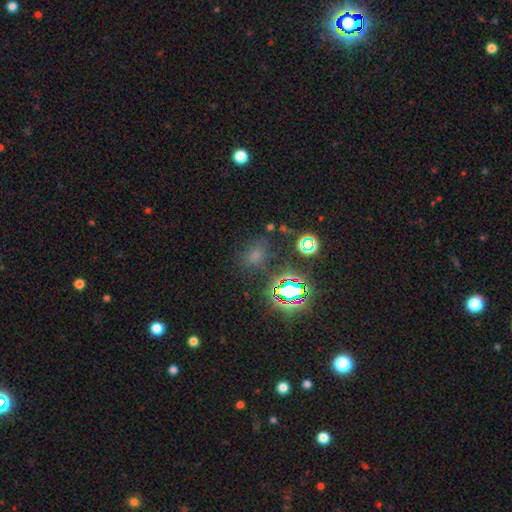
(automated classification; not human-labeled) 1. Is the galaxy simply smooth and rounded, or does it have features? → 55% smooth, 37% star or artifact, 8% featured or disk.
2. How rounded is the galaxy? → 62% in between, 36% round, 3% cigar-shaped.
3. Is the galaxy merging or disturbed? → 70% none, 16% minor disturbance, 8% major disturbance, 6% merger.